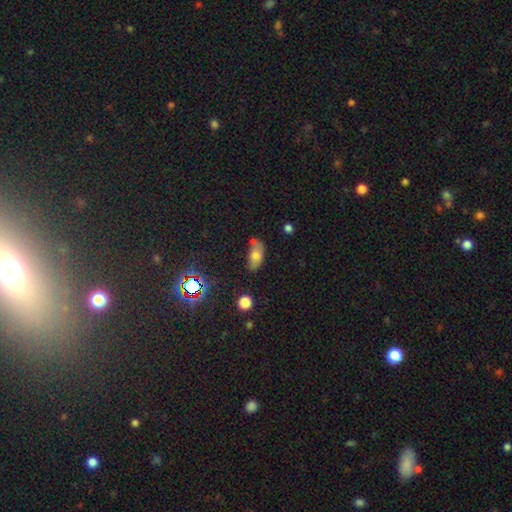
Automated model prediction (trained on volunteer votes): Q: Smooth or featured?
A: smooth (68%); runner-up: featured or disk (19%)
Q: How rounded?
A: in between (87%); runner-up: round (7%)
Q: Merging?
A: none (44%); runner-up: minor disturbance (32%)